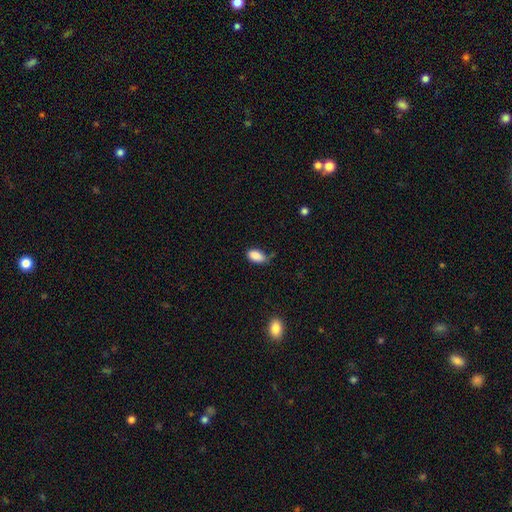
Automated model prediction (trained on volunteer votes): smooth_or_featured: smooth (p=0.87) [alt: star or artifact p=0.08]
how_rounded: in between (p=0.93) [alt: round p=0.04]
merging: none (p=0.63) [alt: minor disturbance p=0.28]